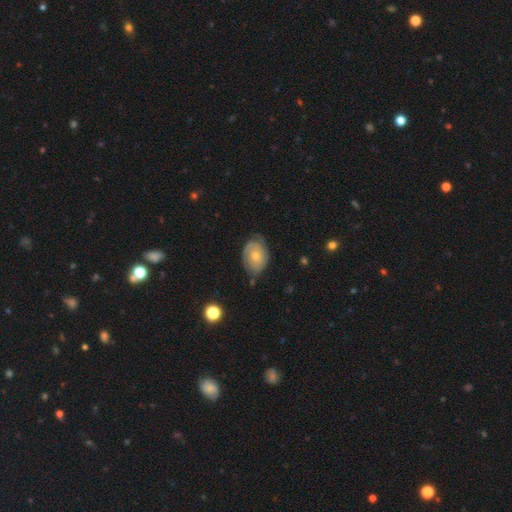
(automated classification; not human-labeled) This appears to be a featured or disk galaxy (58%) with no bar (80%), spiral arms (83%) and a small central bulge (51%). Merging: none (64%).